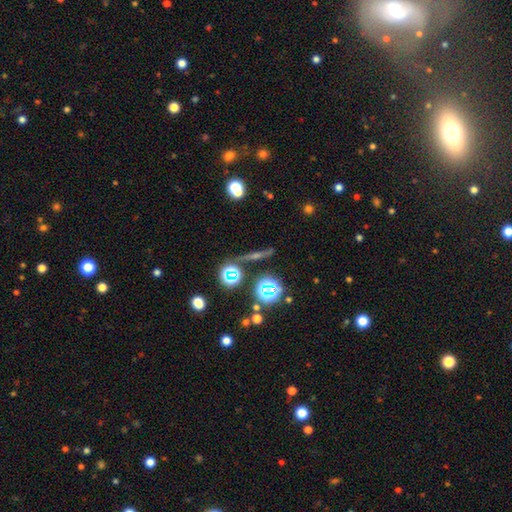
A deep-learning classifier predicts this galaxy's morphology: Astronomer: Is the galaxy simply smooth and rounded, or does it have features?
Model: featured or disk — 44% (runner-up: star or artifact, 32%).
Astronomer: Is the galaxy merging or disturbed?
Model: none — 79%.